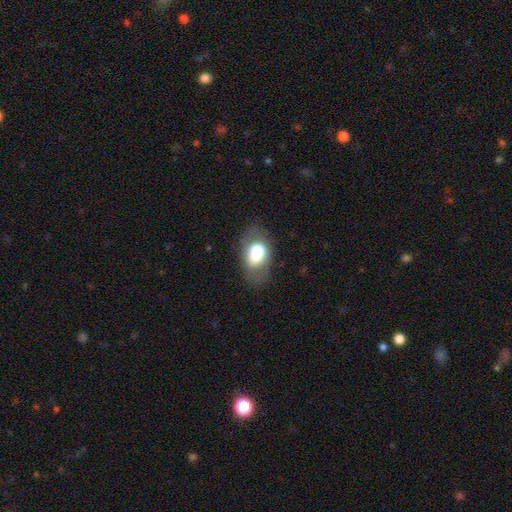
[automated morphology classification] Overall: smooth (65%; featured or disk 25%). How rounded: in between (83%). Merging: none (63%).